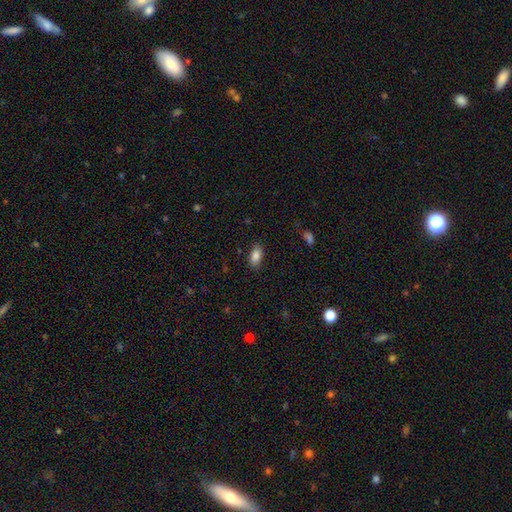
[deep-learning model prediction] Smooth or featured?
  - smooth: 86% *
  - star or artifact: 8%
  - featured or disk: 6%
How rounded?
  - in between: 91% *
  - cigar-shaped: 5%
  - round: 4%
Merging?
  - none: 85% *
  - minor disturbance: 11%
  - major disturbance: 3%
  - merger: 1%